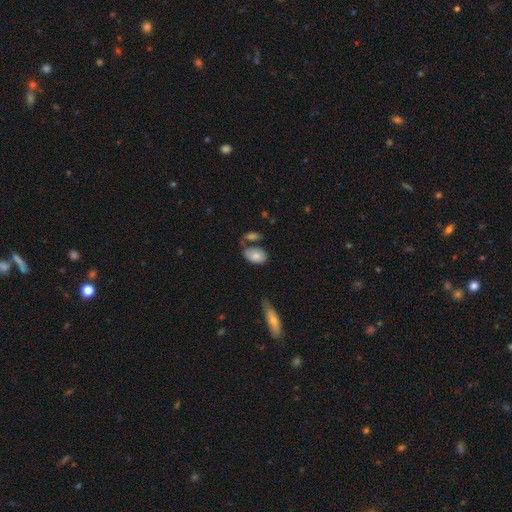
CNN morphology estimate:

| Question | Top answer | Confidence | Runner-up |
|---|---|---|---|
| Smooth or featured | smooth | 77% | featured or disk (16%) |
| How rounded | in between | 88% | round (10%) |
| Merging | none | 41% | minor disturbance (24%) |